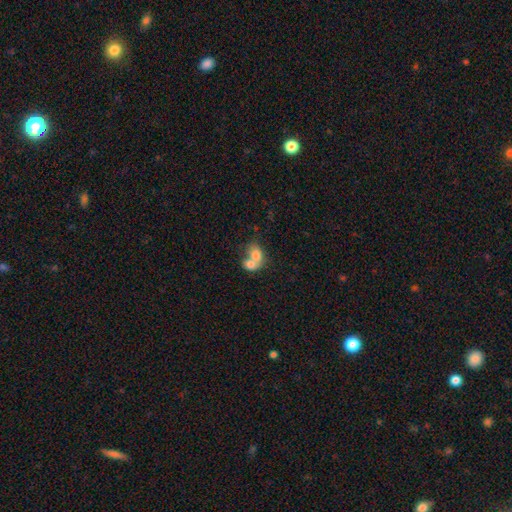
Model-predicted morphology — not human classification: type=smooth (73%); roundness=in between (59%); merging=merger (75%).